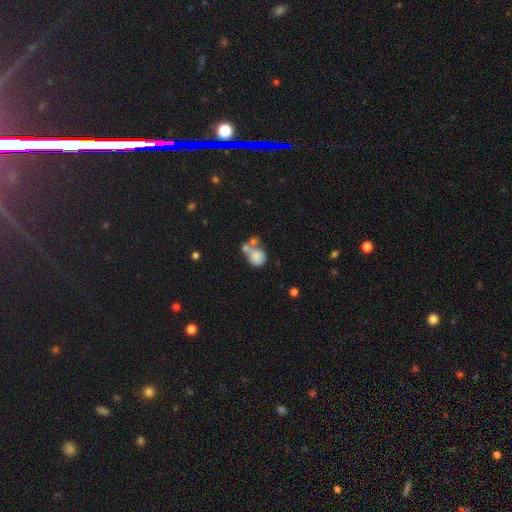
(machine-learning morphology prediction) Smooth or featured? smooth (72%)
How rounded? round (68%)
Merging? merger (53%)